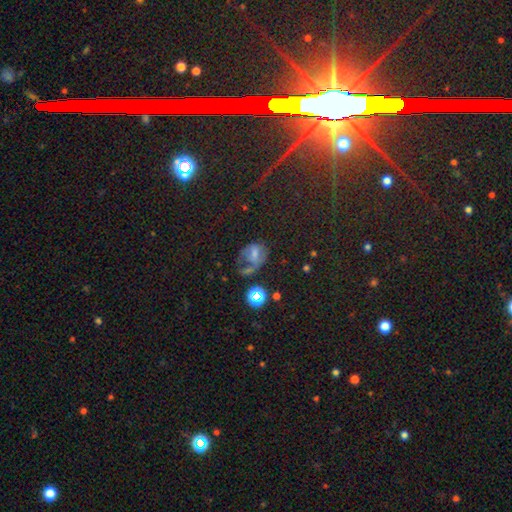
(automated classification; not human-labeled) smooth-or-featured: star or artifact: 40% | smooth: 32% | featured or disk: 28%